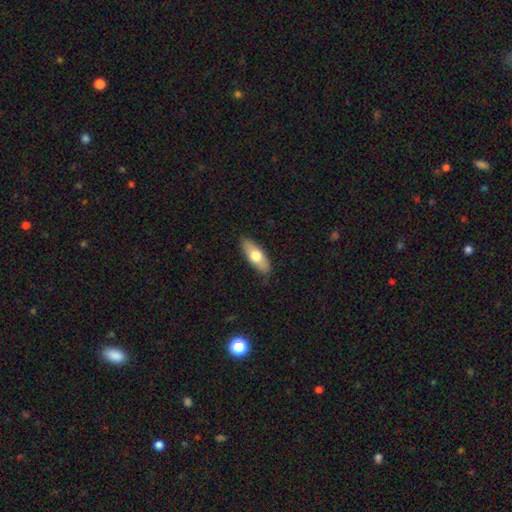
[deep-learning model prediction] Q: Smooth or featured?
A: smooth (66%); runner-up: featured or disk (29%)
Q: How rounded?
A: in between (69%); runner-up: cigar-shaped (29%)
Q: Merging?
A: none (86%); runner-up: minor disturbance (11%)